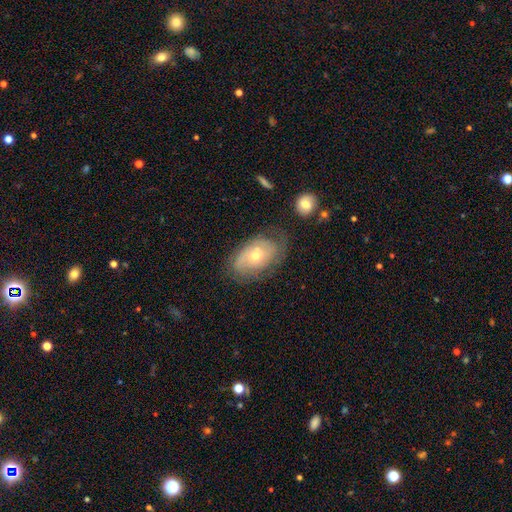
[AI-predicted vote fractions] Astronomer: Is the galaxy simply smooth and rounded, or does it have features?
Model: featured or disk — 67%.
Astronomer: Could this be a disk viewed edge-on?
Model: no — 94%.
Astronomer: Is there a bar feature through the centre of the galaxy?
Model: no — 72%.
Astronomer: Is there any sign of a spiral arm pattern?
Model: yes — 85%.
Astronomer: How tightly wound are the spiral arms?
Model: tight — 48% (runner-up: medium, 35%).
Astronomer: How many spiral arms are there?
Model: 2 — 43% (runner-up: can't tell, 34%).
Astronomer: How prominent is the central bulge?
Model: moderate — 54% (runner-up: small, 42%).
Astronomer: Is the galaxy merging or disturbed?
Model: none — 65%.